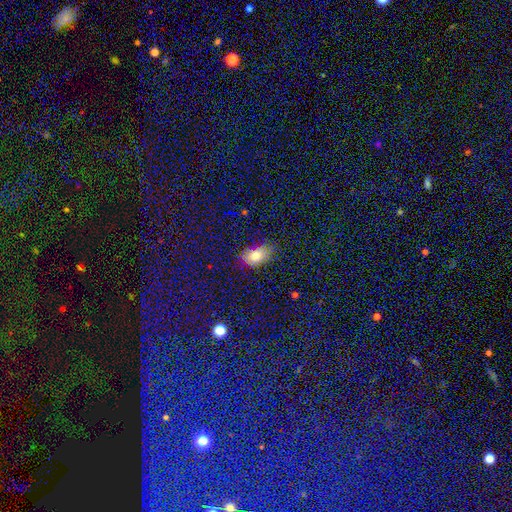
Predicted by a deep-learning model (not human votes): This is likely a smooth galaxy (76%). How rounded: clearly in between (84%). Merging: likely none (74%).